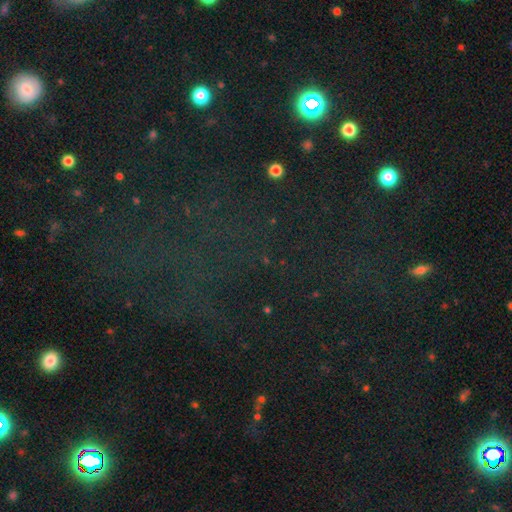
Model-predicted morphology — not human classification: Smooth or featured: star or artifact — 66% (smooth — 21%)